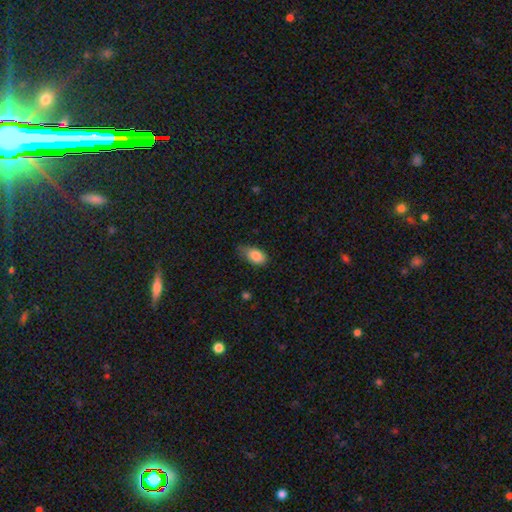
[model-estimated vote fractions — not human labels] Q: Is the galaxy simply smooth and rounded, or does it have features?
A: smooth — 85%.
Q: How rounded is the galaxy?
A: in between — 91%.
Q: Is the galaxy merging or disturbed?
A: none — 53%.